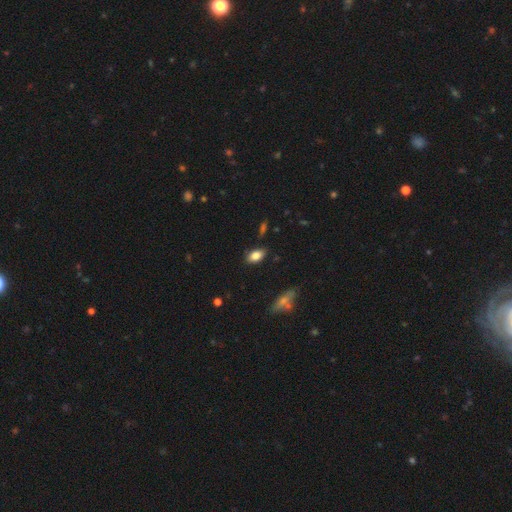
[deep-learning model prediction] Overall: smooth (81%). How rounded: in between (90%). Merging: none (80%).